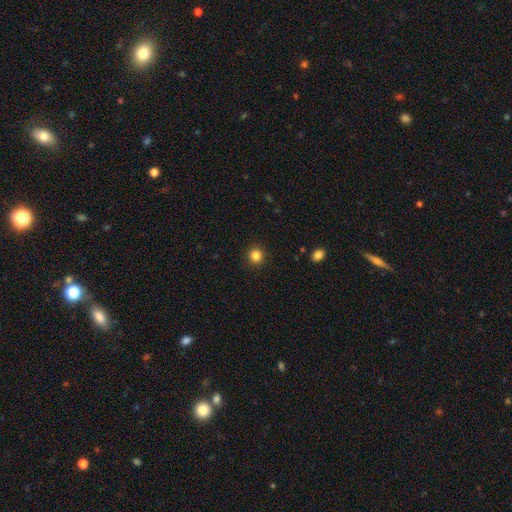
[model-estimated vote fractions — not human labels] smooth-or-featured: smooth: 84% | star or artifact: 12% | featured or disk: 4%
  how-rounded: round: 93% | in between: 6% | cigar-shaped: 1%
  merging: none: 92% | minor disturbance: 5% | major disturbance: 2% | merger: 1%